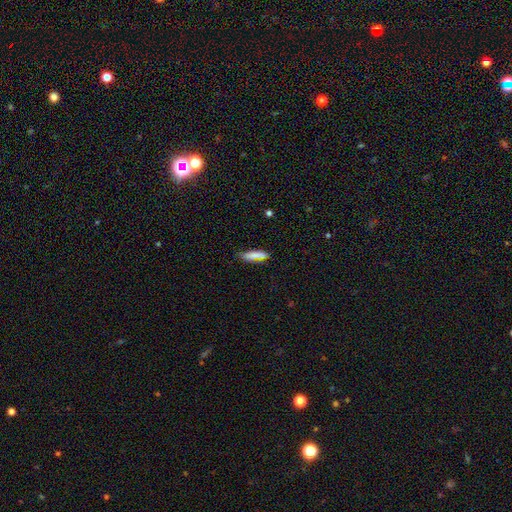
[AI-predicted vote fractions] A smooth galaxy with no disk features (80%) that is cigar-shaped (71%). Merging: none (72%).